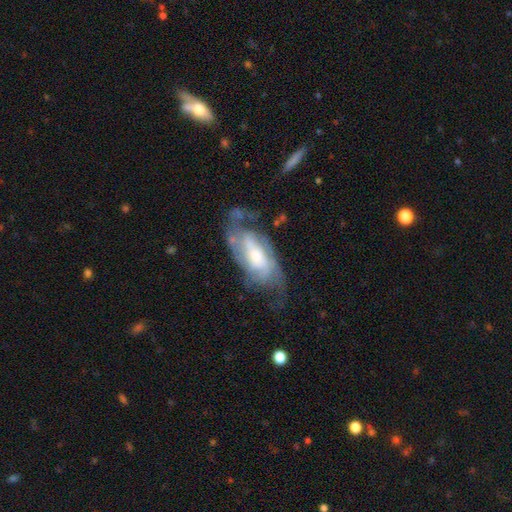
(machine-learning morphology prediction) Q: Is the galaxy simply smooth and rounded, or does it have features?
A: featured or disk — 78%.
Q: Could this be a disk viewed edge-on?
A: no — 92%.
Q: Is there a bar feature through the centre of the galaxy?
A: no — 47%.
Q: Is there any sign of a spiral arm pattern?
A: yes — 88%.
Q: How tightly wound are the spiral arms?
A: medium — 43%.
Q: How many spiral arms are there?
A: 2 — 46%.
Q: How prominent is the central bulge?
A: moderate — 44%.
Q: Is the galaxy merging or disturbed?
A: none — 53%.